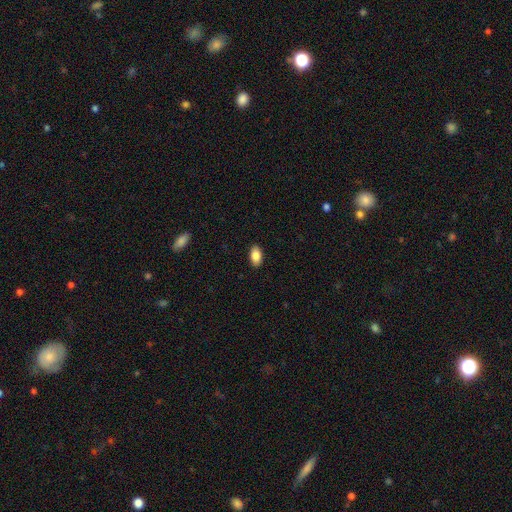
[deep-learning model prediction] Q: Smooth or featured?
A: smooth (86%); runner-up: star or artifact (7%)
Q: How rounded?
A: in between (93%); runner-up: round (5%)
Q: Merging?
A: none (90%); runner-up: minor disturbance (8%)